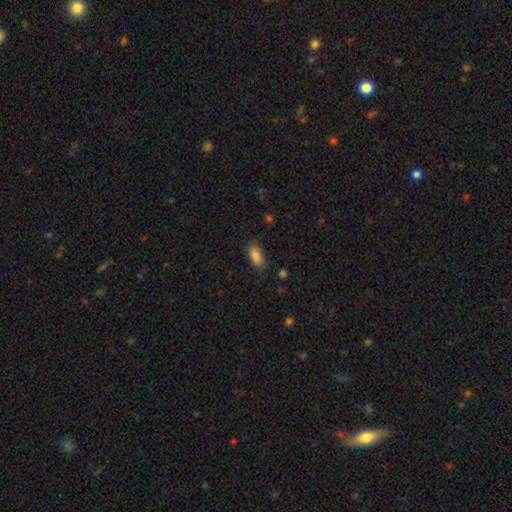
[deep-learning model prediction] Smooth or featured?
  - smooth: 86% *
  - star or artifact: 7%
  - featured or disk: 7%
How rounded?
  - in between: 88% *
  - cigar-shaped: 9%
  - round: 2%
Merging?
  - none: 81% *
  - minor disturbance: 15%
  - major disturbance: 3%
  - merger: 1%